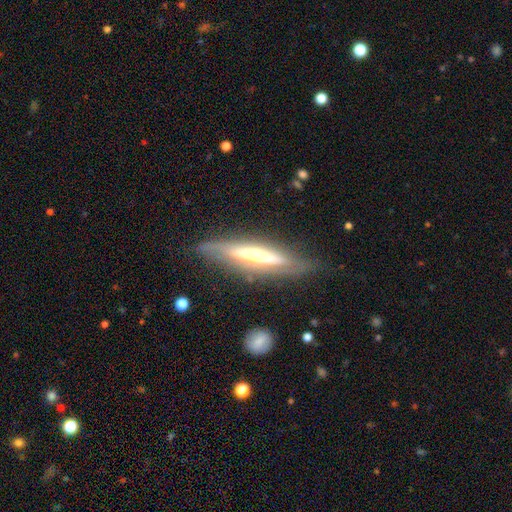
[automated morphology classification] Smooth or featured?
  - featured or disk: 72% *
  - smooth: 22%
  - star or artifact: 6%
Edge-on disk?
  - yes: 83% *
  - no: 17%
Edge-on bulge?
  - rounded: 74% *
  - none: 13%
  - boxy: 13%
Merging?
  - none: 77% *
  - minor disturbance: 16%
  - major disturbance: 6%
  - merger: 2%